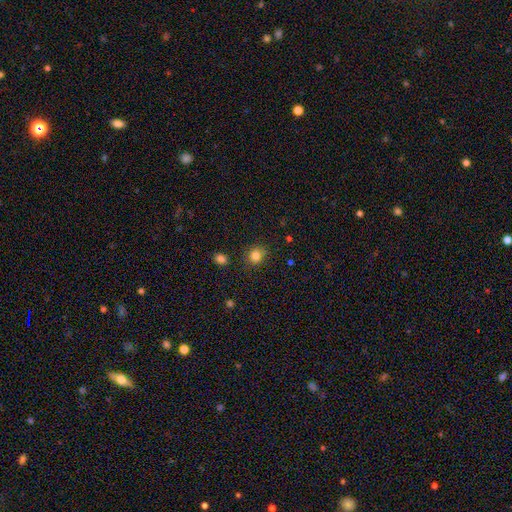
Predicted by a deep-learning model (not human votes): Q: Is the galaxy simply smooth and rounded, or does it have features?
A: smooth — 83%.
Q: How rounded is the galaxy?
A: round — 82%.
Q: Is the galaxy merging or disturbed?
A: none — 83%.